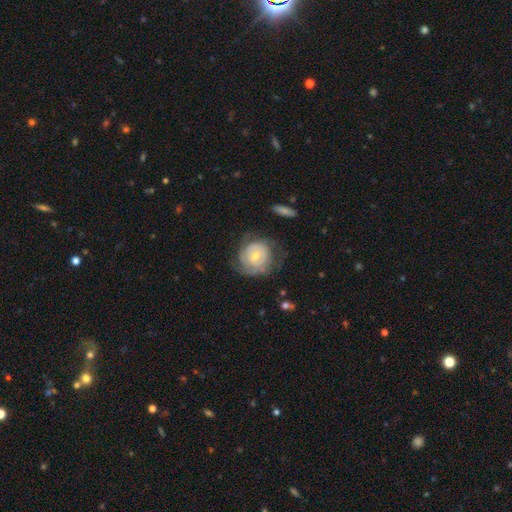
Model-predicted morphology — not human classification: A featured or disk galaxy (71%) with no bar (67%), tight (69%) spiral arms (81%) and a moderate central bulge (53%).

Vote fractions:
- Smooth or featured? featured or disk: 71% / smooth: 24% / star or artifact: 6%
- Edge-on disk? no: 97% / yes: 3%
- Bar? no: 67% / weak: 28% / strong: 5%
- Spiral arms? yes: 81% / no: 19%
- Spiral winding? tight: 69% / medium: 22% / loose: 9%
- Spiral arm count? can't tell: 45% / 2: 31% / 3: 11% / 1: 6% / 4: 4% / more than 4: 3%
- Bulge size? moderate: 53% / small: 42% / large: 3% / none: 1% / dominant: 1%
- Merging? none: 60% / minor disturbance: 23% / major disturbance: 15% / merger: 2%